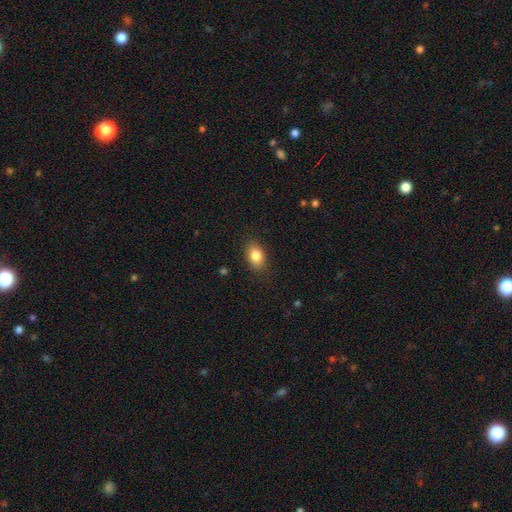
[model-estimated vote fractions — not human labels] Q: Smooth or featured?
A: smooth (85%); runner-up: star or artifact (8%)
Q: How rounded?
A: in between (82%); runner-up: round (16%)
Q: Merging?
A: none (85%); runner-up: minor disturbance (11%)